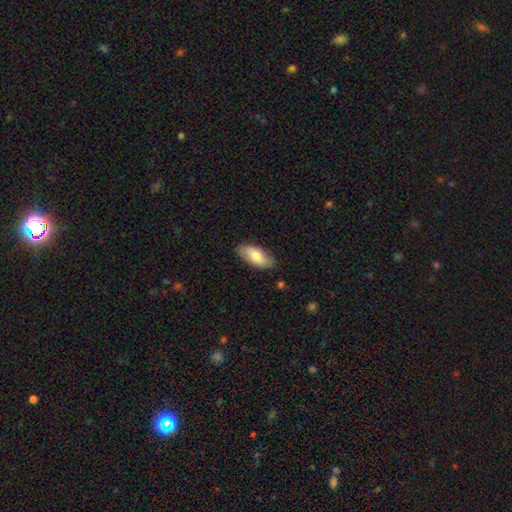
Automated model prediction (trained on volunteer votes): This is likely a smooth galaxy (79%). How rounded: clearly in between (90%). Merging: clearly none (83%).